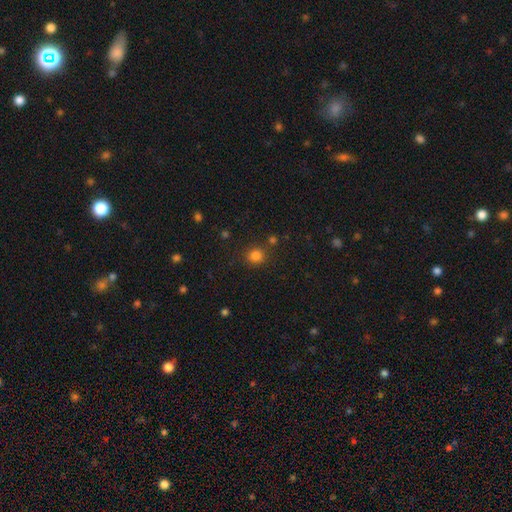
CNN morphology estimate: A smooth galaxy with no disk features (82%) that is round (86%).

Vote fractions:
- Smooth or featured? smooth: 82% / star or artifact: 14% / featured or disk: 4%
- How rounded? round: 86% / in between: 13% / cigar-shaped: 1%
- Merging? none: 82% / minor disturbance: 9% / merger: 6% / major disturbance: 3%